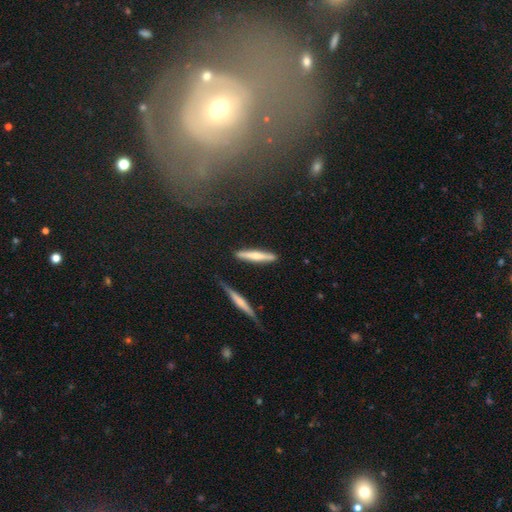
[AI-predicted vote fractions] Smooth or featured? Predicted: smooth (p=0.53). How rounded? Predicted: cigar-shaped (p=0.91). Merging? Predicted: none (p=0.84).